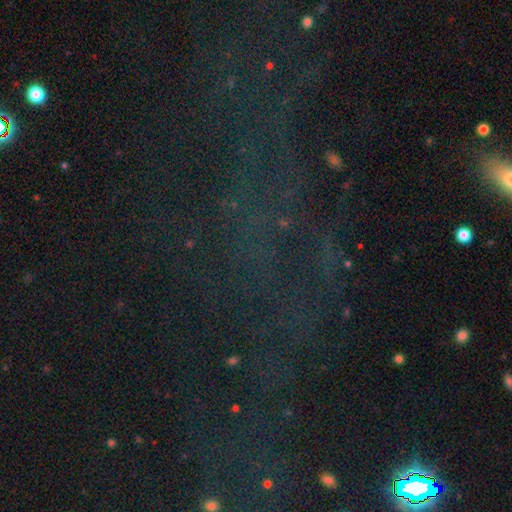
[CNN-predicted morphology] This is likely a star or artifact rather than a galaxy (69%).